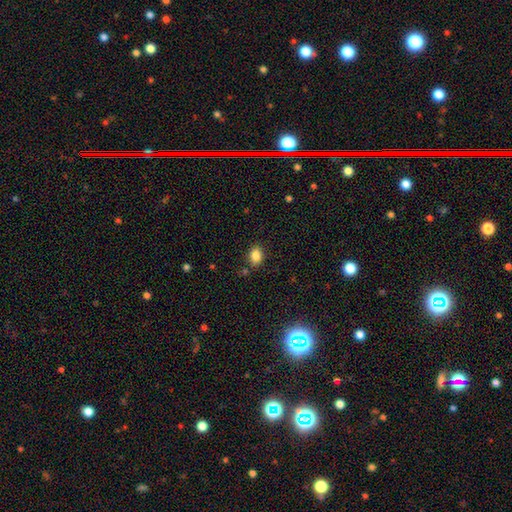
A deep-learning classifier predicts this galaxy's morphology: Overall: smooth (84%). How rounded: in between (68%; round 31%). Merging: none (81%).